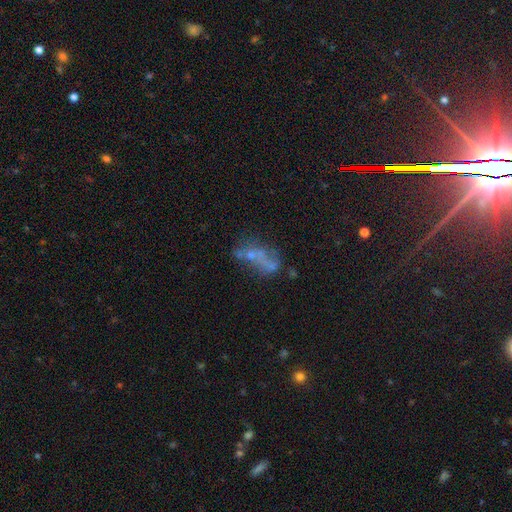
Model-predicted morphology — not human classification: smooth-or-featured: featured or disk: 45% | smooth: 33% | star or artifact: 22%
  merging: none: 32% | merger: 31% | major disturbance: 22% | minor disturbance: 15%